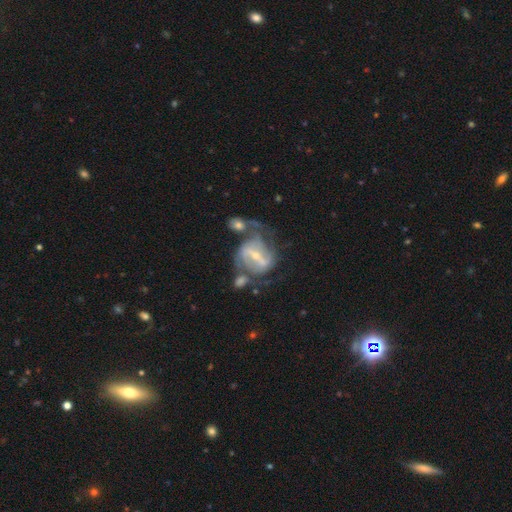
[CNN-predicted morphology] Overall: featured or disk (84%). Edge-on disk: no (96%). Bar: strong (59%; weak 31%). Spiral arms: yes (87%). Spiral arm count: 2 (67%). Spiral winding: medium (44%; tight 31%). Bulge size: small (58%; moderate 37%). Merging: none (37%; merger 25%).